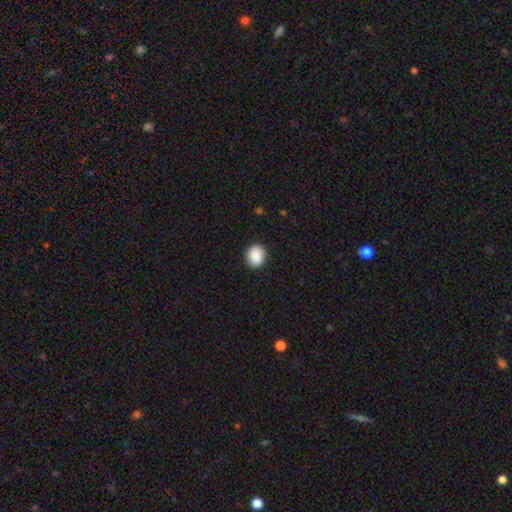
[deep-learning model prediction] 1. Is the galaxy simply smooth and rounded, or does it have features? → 86% smooth, 7% star or artifact, 6% featured or disk.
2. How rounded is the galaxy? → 67% round, 32% in between, 1% cigar-shaped.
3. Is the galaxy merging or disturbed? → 87% none, 10% minor disturbance, 2% major disturbance, 1% merger.